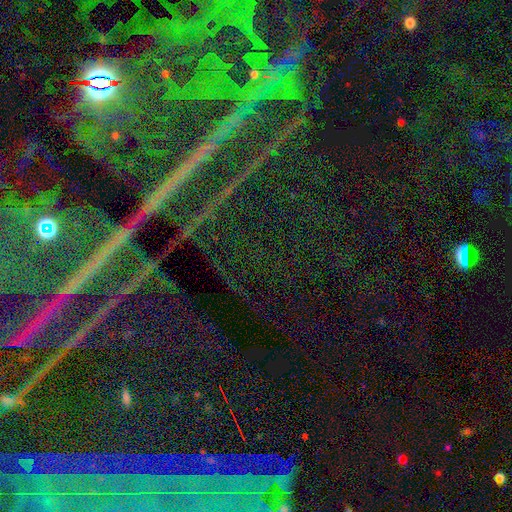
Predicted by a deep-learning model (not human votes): A star or artifact, not a galaxy (85%).